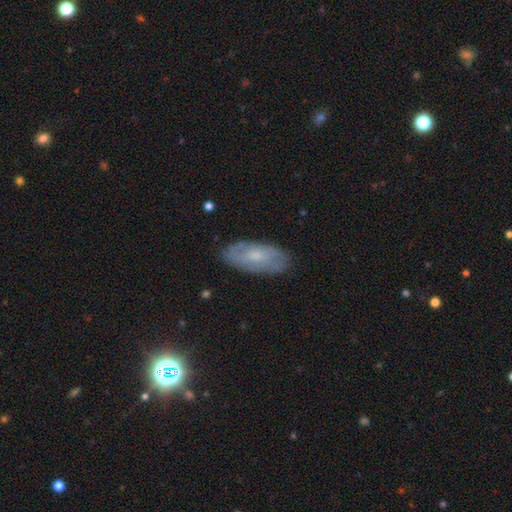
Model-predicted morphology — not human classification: A smooth galaxy with no disk features (47%). Merging: none (81%).